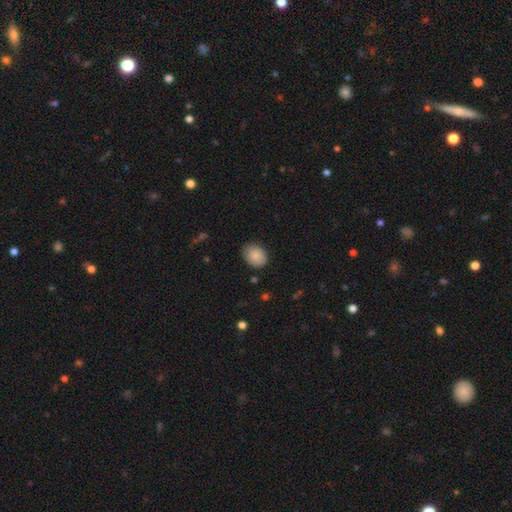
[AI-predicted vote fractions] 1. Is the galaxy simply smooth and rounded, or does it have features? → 86% smooth, 8% star or artifact, 6% featured or disk.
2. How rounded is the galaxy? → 60% in between, 39% round, 1% cigar-shaped.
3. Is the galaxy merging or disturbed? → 83% none, 14% minor disturbance, 3% major disturbance, 1% merger.